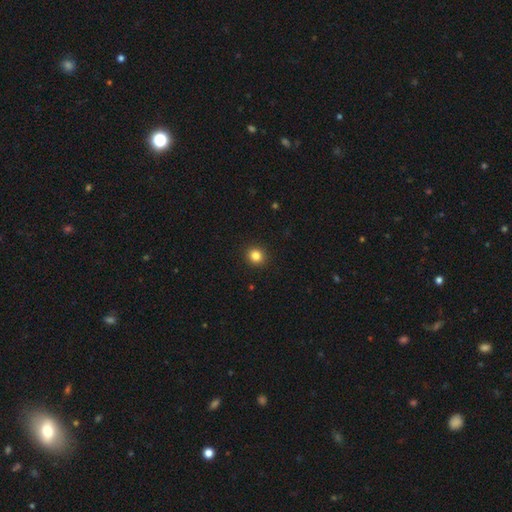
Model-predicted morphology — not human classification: smooth 83%, star or artifact 12%, featured or disk 5%. Down the decision tree: how rounded — round (90%); merging — none (93%).